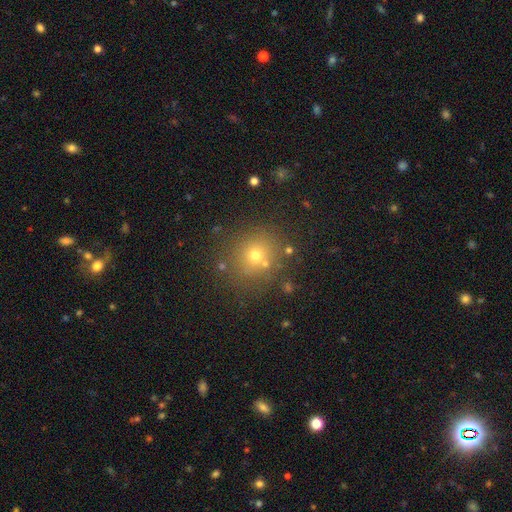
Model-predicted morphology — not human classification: type=smooth (66%); roundness=round (87%); merging=none (80%).